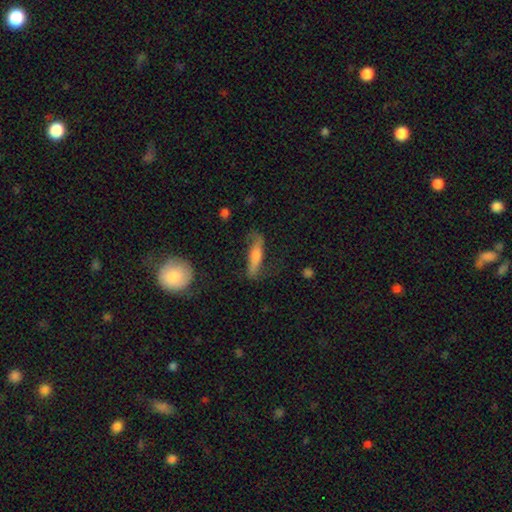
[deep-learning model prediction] Smooth or featured?
  - smooth: 52% *
  - featured or disk: 41%
  - star or artifact: 7%
How rounded?
  - cigar-shaped: 74% *
  - in between: 23%
  - round: 3%
Merging?
  - none: 67% *
  - minor disturbance: 21%
  - major disturbance: 9%
  - merger: 2%